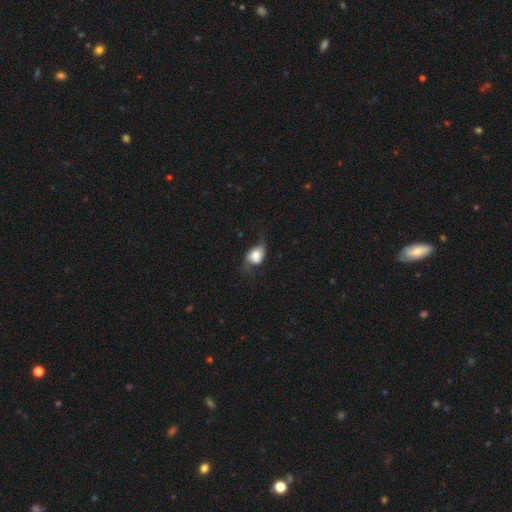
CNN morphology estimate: Q: Smooth or featured?
A: smooth (46%); tied with: featured or disk (46%)
Q: Merging?
A: none (45%); runner-up: minor disturbance (28%)